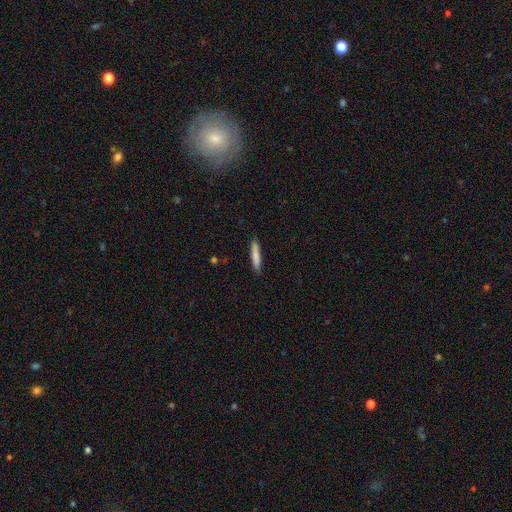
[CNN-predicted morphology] smooth_or_featured: smooth (p=0.81) [alt: featured or disk p=0.13]
how_rounded: cigar-shaped (p=0.91) [alt: in between p=0.08]
merging: none (p=0.88) [alt: minor disturbance p=0.09]